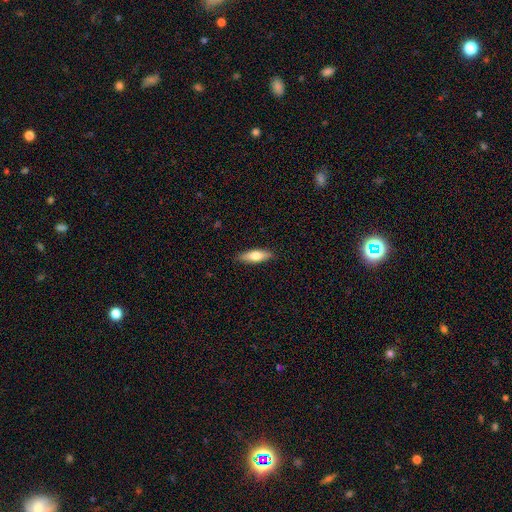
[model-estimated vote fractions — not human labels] Smooth or featured? Predicted: smooth (p=0.69). How rounded? Predicted: in between (p=0.55). Merging? Predicted: none (p=0.88).